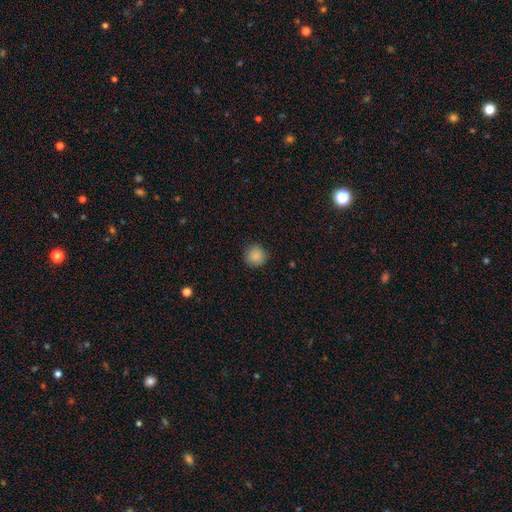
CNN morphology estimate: A smooth galaxy with no disk features (87%) that is round (93%). Merging: none (89%).